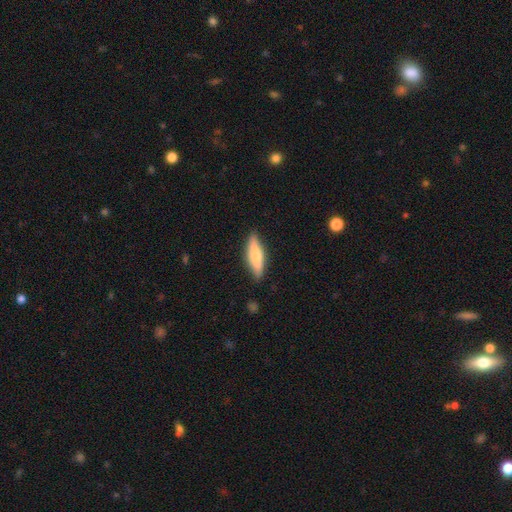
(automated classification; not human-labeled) The model was most divided on "smooth or featured": smooth: 59%, featured or disk: 35%, star or artifact: 6%. More confident: merging — none (84%); how rounded — cigar-shaped (63%).